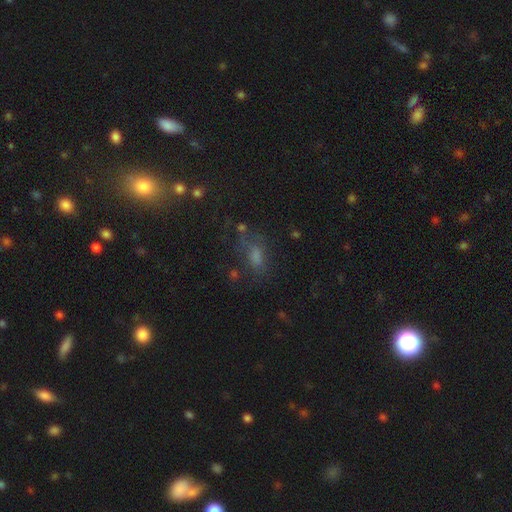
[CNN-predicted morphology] The model was most divided on "smooth or featured": smooth: 51%, star or artifact: 30%, featured or disk: 19%. More confident: how rounded — in between (75%); merging — none (58%).